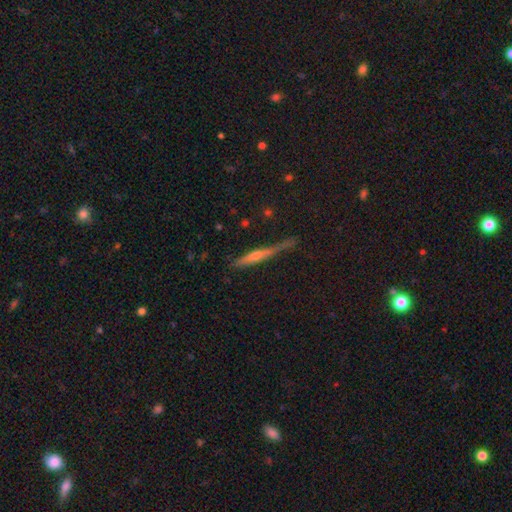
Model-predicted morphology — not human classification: This is possibly a featured or disk galaxy (55%). It is clearly viewed edge-on (94%). Edge-on bulge: likely rounded (70%). Merging: likely none (64%).